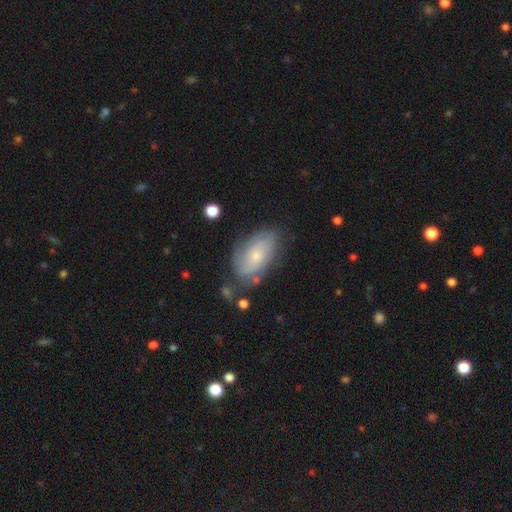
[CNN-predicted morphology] This appears to be a featured or disk galaxy (50%). Merging: none (66%).